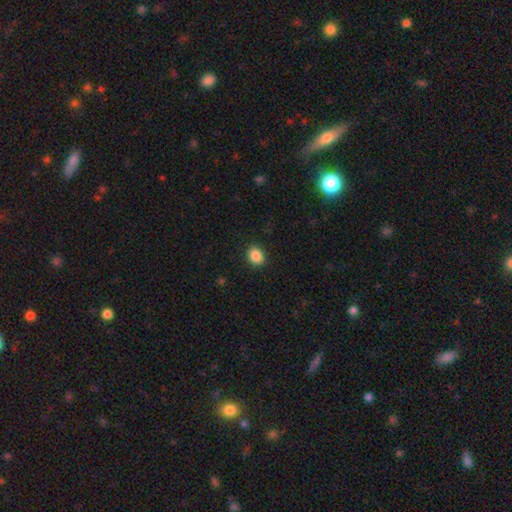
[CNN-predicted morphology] smooth-or-featured: smooth: 88% | star or artifact: 9% | featured or disk: 3%
  how-rounded: in between: 50% | round: 49% | cigar-shaped: 1%
  merging: none: 90% | minor disturbance: 7% | major disturbance: 2% | merger: 1%